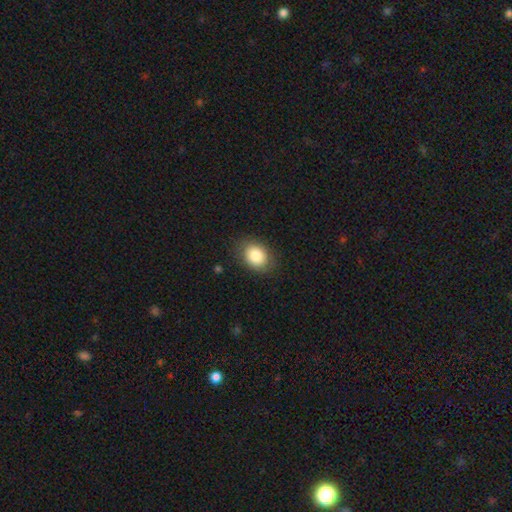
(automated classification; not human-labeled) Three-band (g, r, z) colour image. It shows a smooth galaxy with no disk features (85%) that is in between round and cigar-shaped (57%). Merging: none (84%).